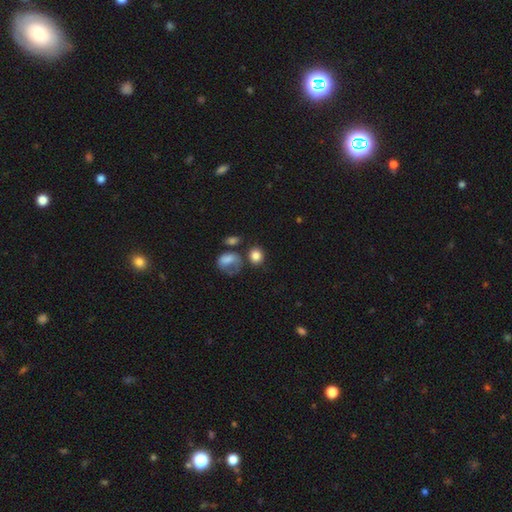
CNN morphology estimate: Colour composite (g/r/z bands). It shows a smooth galaxy with no disk features (82%) that is round (65%). Merging: none (54%).